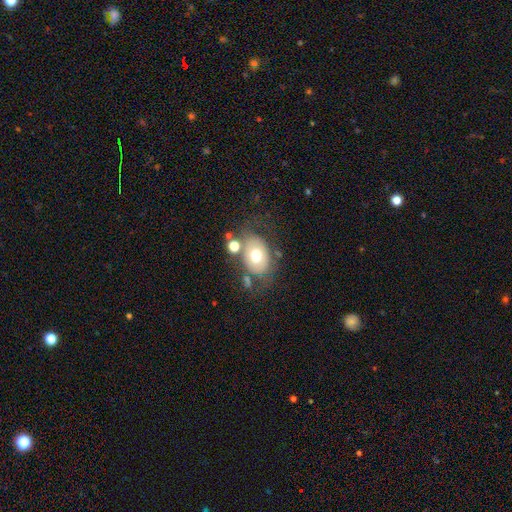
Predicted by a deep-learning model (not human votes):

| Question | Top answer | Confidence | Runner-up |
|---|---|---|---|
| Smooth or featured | smooth | 61% | featured or disk (28%) |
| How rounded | in between | 69% | round (30%) |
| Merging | none | 59% | minor disturbance (18%) |